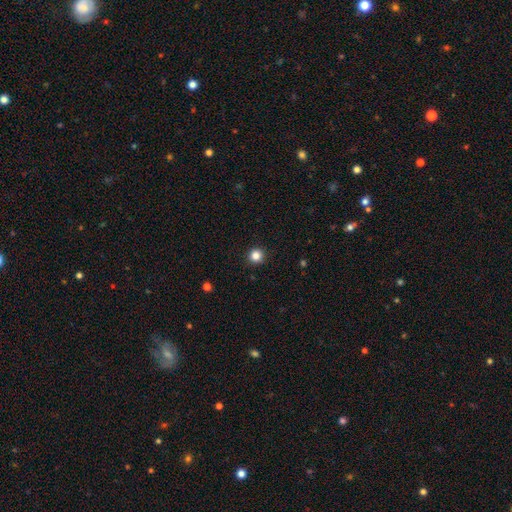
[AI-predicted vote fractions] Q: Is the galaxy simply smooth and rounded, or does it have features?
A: smooth — 85%.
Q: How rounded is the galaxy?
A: round — 95%.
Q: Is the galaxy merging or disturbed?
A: none — 93%.